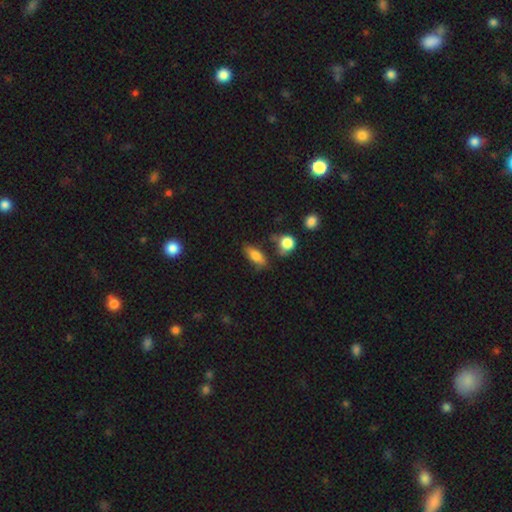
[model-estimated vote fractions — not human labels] Smooth or featured: smooth — 76% (featured or disk — 15%)
How rounded: in between — 75% (cigar-shaped — 20%)
Merging: none — 68% (minor disturbance — 19%)